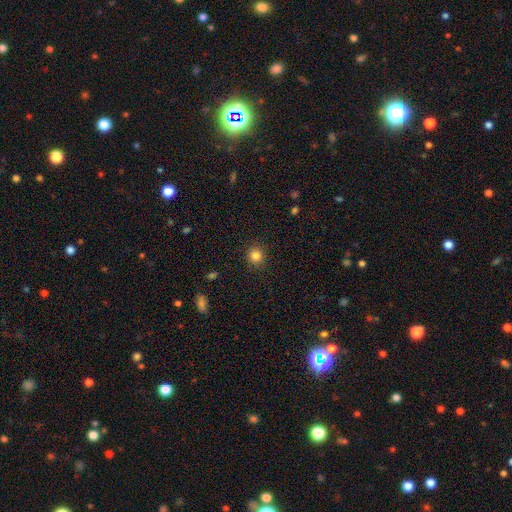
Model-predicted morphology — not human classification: This appears to be a smooth galaxy with no disk features (83%) that is round (89%). Merging: none (90%).